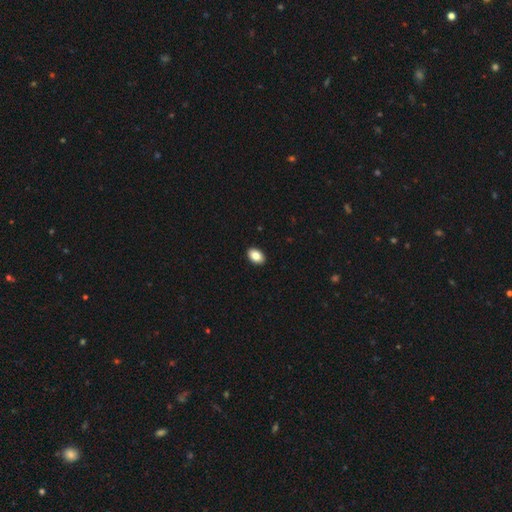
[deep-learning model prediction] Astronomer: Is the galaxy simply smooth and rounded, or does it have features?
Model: smooth — 87%.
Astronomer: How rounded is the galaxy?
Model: in between — 88%.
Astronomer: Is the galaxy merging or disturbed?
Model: none — 92%.